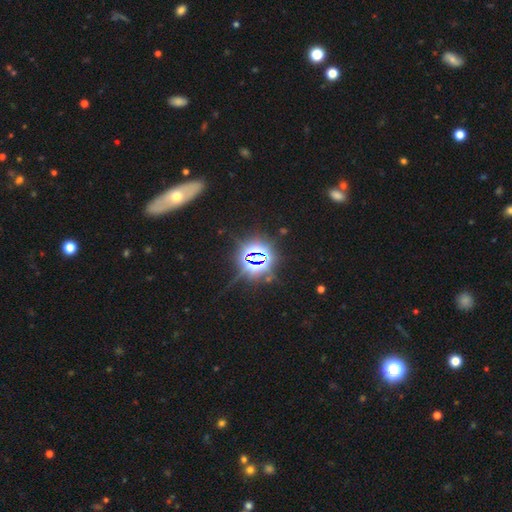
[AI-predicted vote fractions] star or artifact 82%, smooth 10%, featured or disk 7%.